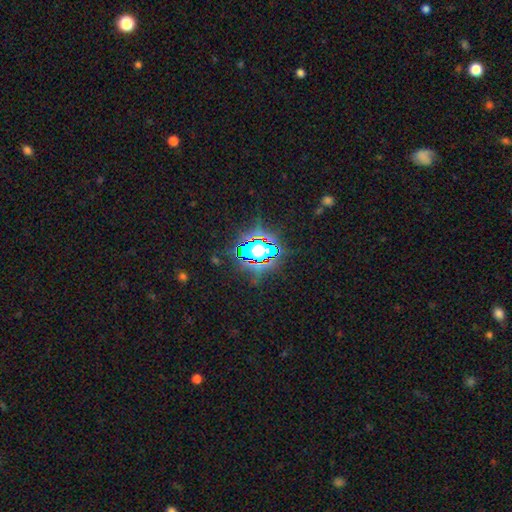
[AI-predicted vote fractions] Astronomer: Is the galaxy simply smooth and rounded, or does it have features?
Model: star or artifact — 82%.